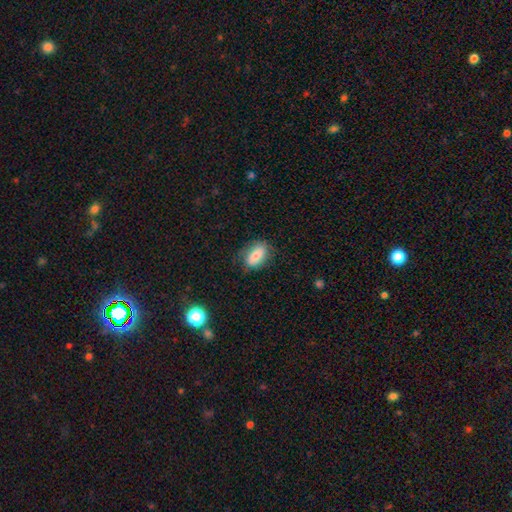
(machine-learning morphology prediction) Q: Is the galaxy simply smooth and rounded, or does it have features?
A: smooth — 74%.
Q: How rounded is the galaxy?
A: in between — 87%.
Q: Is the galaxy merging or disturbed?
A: none — 70%.